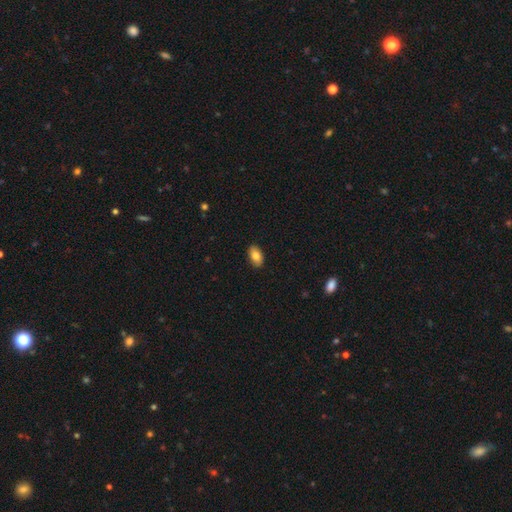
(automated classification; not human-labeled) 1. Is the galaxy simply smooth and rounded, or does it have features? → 83% smooth, 10% featured or disk, 7% star or artifact.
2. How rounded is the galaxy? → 92% in between, 5% round, 2% cigar-shaped.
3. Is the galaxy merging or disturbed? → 89% none, 8% minor disturbance, 2% major disturbance, 1% merger.